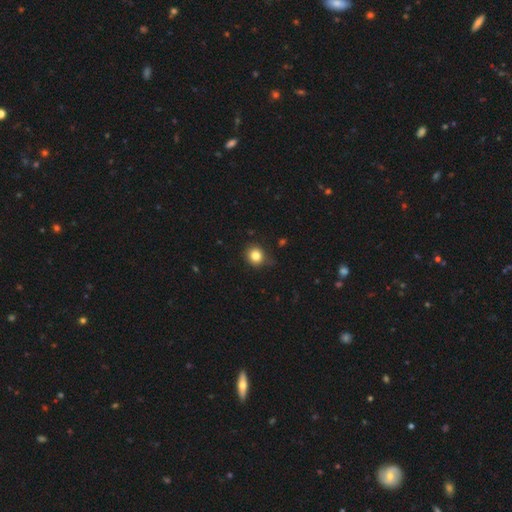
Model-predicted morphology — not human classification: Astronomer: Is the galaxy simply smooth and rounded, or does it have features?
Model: smooth — 82%.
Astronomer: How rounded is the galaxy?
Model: round — 84%.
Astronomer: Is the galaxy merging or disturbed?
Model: none — 79%.